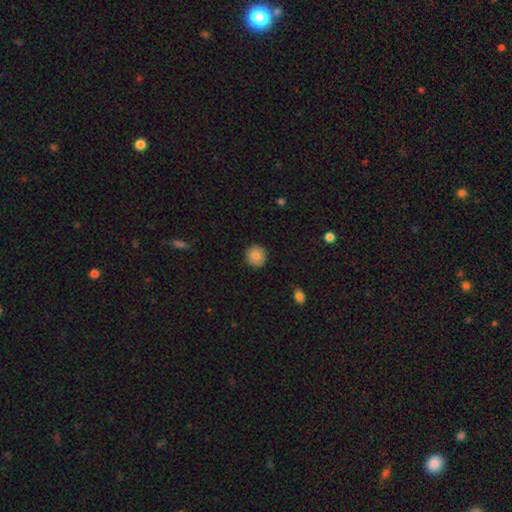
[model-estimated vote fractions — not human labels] Overall: smooth (81%). How rounded: round (94%). Merging: none (90%).